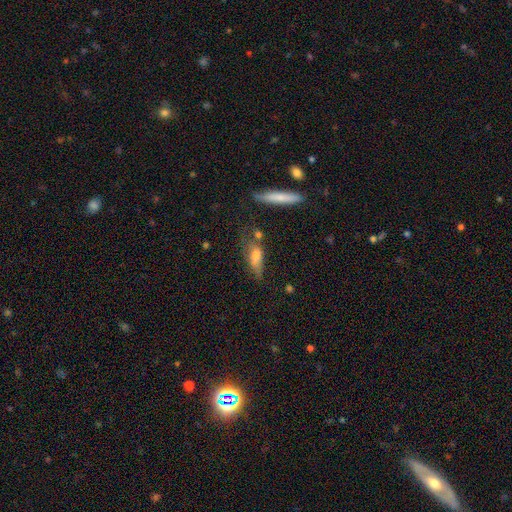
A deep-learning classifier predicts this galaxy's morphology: smooth-or-featured: smooth: 64% | featured or disk: 26% | star or artifact: 10%
  how-rounded: cigar-shaped: 50% | in between: 46% | round: 4%
  merging: none: 46% | minor disturbance: 29% | major disturbance: 14% | merger: 10%